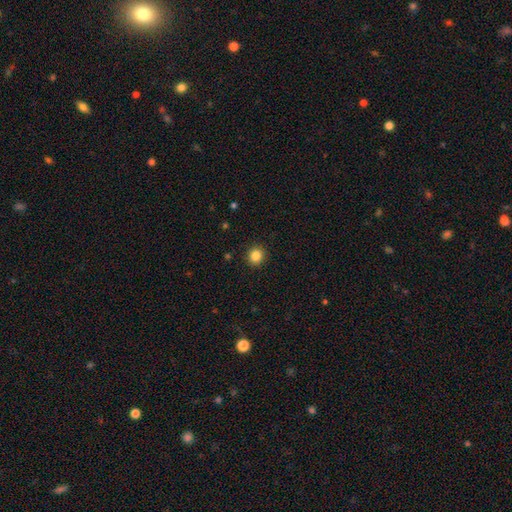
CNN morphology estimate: smooth 85%, star or artifact 11%, featured or disk 4%. Down the decision tree: how rounded — round (88%); merging — none (92%).